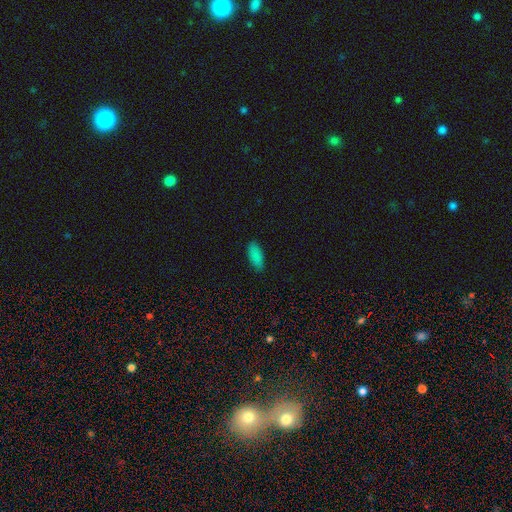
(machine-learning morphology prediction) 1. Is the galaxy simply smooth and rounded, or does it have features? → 87% smooth, 9% star or artifact, 4% featured or disk.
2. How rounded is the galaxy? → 85% in between, 13% cigar-shaped, 2% round.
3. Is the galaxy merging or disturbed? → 85% none, 11% minor disturbance, 2% major disturbance, 1% merger.